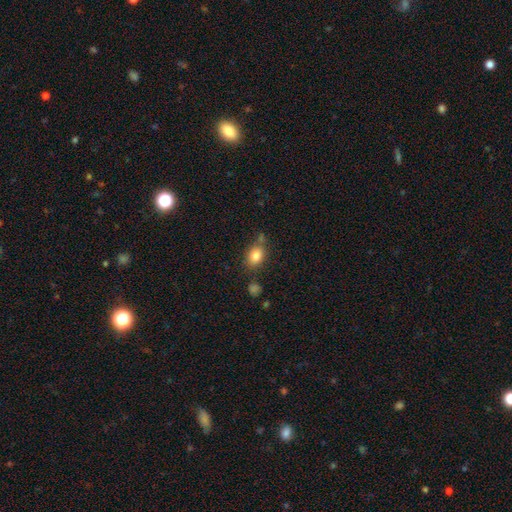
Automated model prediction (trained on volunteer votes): smooth_or_featured: smooth (p=0.83) [alt: star or artifact p=0.09]
how_rounded: in between (p=0.70) [alt: round p=0.29]
merging: none (p=0.67) [alt: minor disturbance p=0.17]